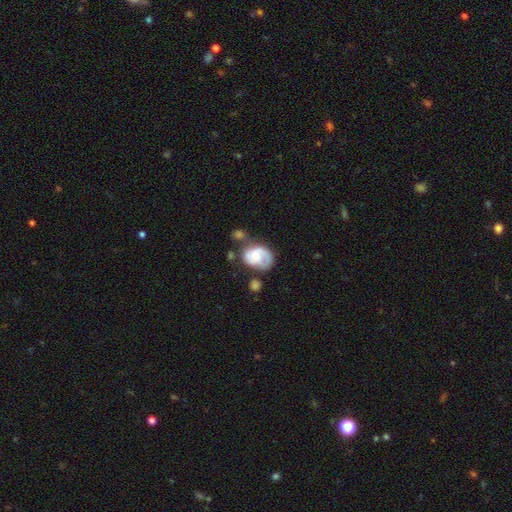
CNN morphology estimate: smooth_or_featured: featured or disk (p=0.67) [alt: smooth p=0.27]
disk_edge_on: no (p=0.97) [alt: yes p=0.03]
bar: no (p=0.61) [alt: weak p=0.33]
has_spiral_arms: yes (p=0.87) [alt: no p=0.13]
spiral_winding: tight (p=0.43) [alt: medium p=0.39]
spiral_arm_count: 2 (p=0.47) [alt: 1 p=0.37]
bulge_size: moderate (p=0.55) [alt: small p=0.31]
merging: none (p=0.43) [alt: minor disturbance p=0.25]